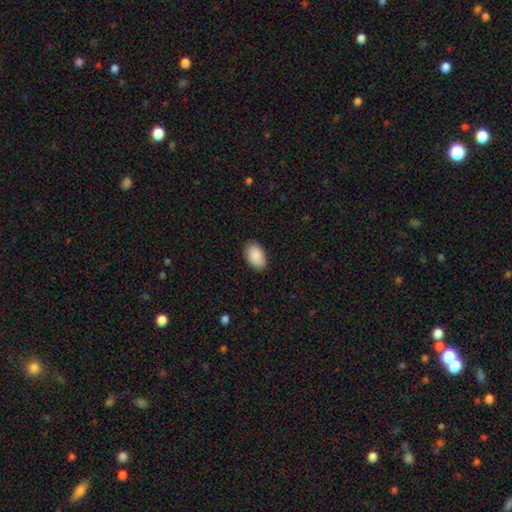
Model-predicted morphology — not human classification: Smooth or featured? Predicted: smooth (p=0.90). How rounded? Predicted: in between (p=0.92). Merging? Predicted: none (p=0.86).